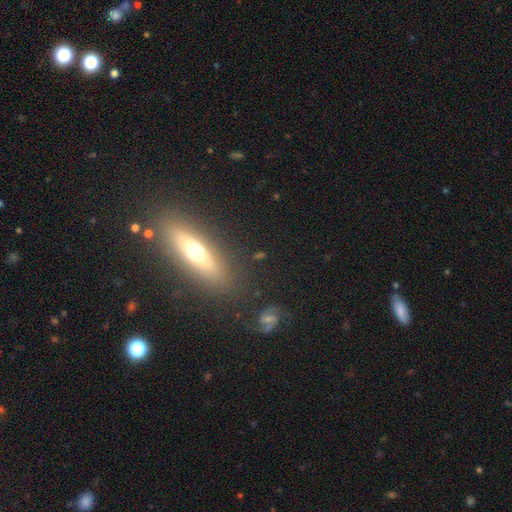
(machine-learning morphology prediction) smooth_or_featured: featured or disk (p=0.47) [alt: smooth p=0.43]
merging: none (p=0.84) [alt: minor disturbance p=0.09]